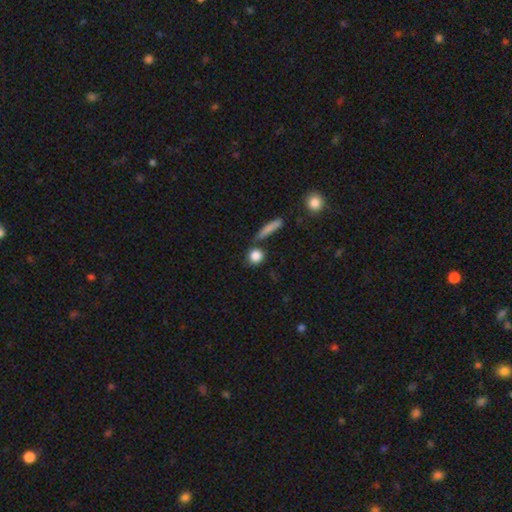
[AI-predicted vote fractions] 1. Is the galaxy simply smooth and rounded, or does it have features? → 85% smooth, 9% star or artifact, 6% featured or disk.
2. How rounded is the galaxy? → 83% round, 12% in between, 5% cigar-shaped.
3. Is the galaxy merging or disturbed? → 73% none, 12% minor disturbance, 11% merger, 4% major disturbance.